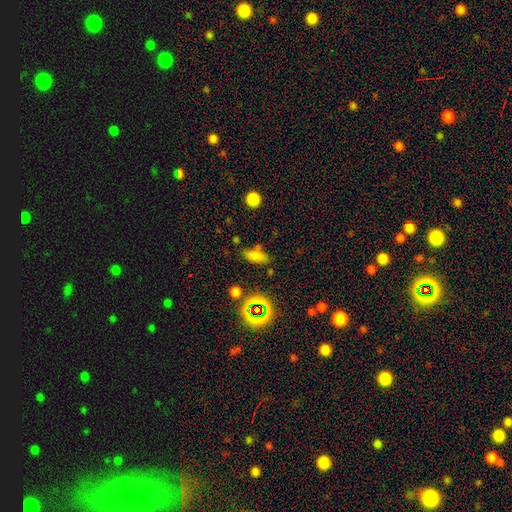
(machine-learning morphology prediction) Q: Smooth or featured?
A: smooth (69%); runner-up: star or artifact (21%)
Q: How rounded?
A: in between (73%); runner-up: cigar-shaped (20%)
Q: Merging?
A: none (68%); runner-up: minor disturbance (17%)